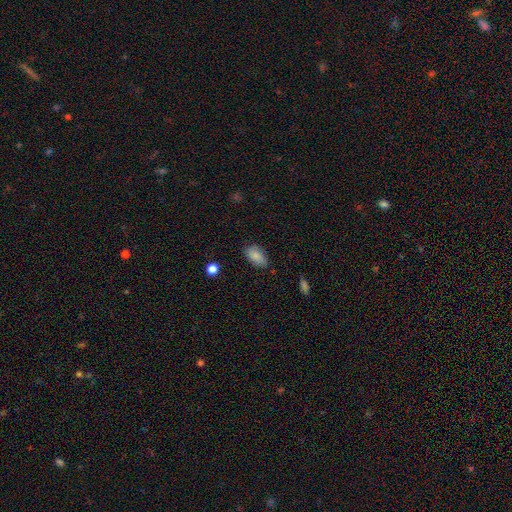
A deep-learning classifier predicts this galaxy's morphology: This appears to be a smooth galaxy with no disk features (85%) that is in between round and cigar-shaped (92%). Merging: none (76%).